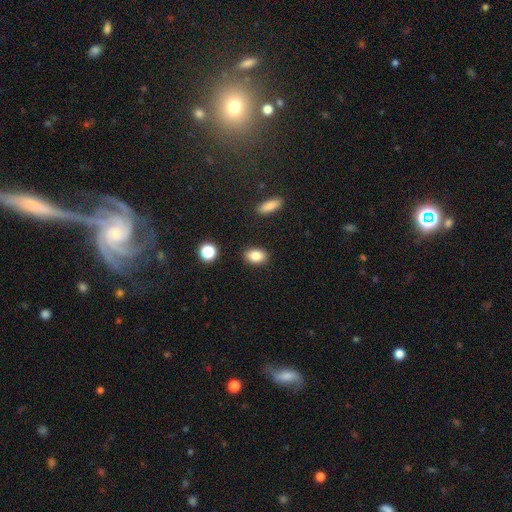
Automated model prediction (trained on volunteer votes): This appears to be a smooth galaxy with no disk features (86%) that is in between round and cigar-shaped (83%). Merging: none (87%).